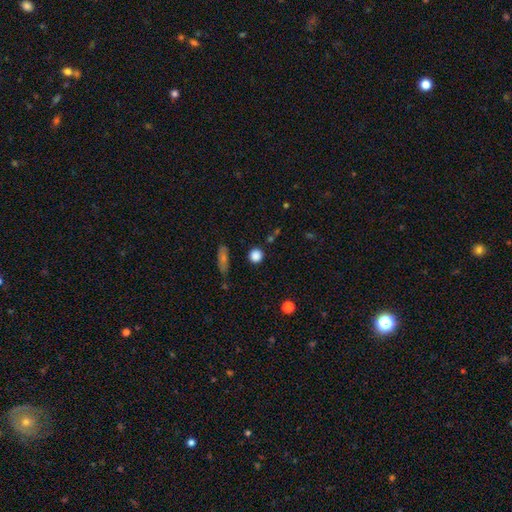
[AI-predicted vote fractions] This is clearly a smooth galaxy (83%). How rounded: clearly round (91%). Merging: clearly none (86%).